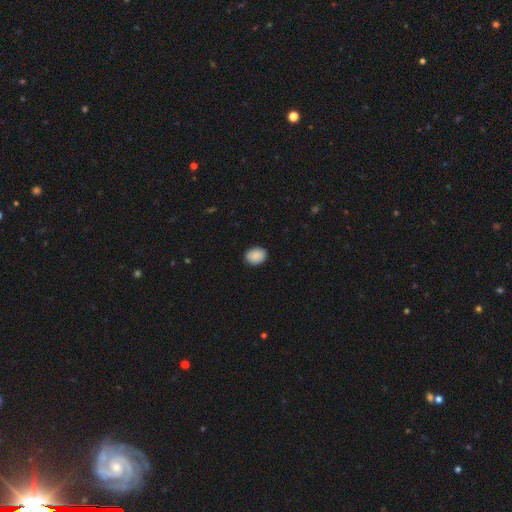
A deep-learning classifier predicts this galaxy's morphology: A smooth galaxy with no disk features (90%) that is in between round and cigar-shaped (54%).

Vote fractions:
- Smooth or featured? smooth: 90% / star or artifact: 7% / featured or disk: 3%
- How rounded? in between: 54% / round: 45% / cigar-shaped: 1%
- Merging? none: 89% / minor disturbance: 8% / major disturbance: 2% / merger: 1%